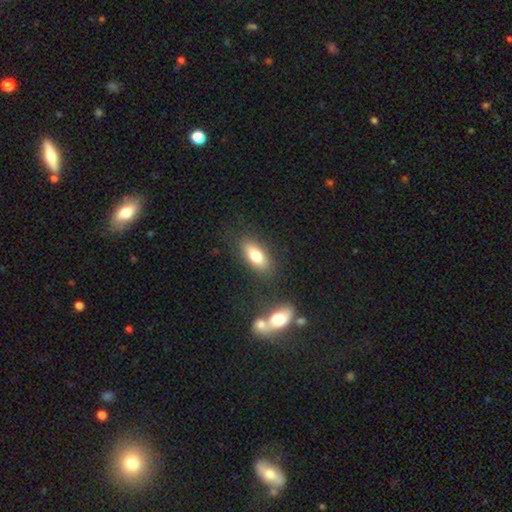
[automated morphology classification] type=smooth (75%); roundness=in between (81%); merging=none (79%).